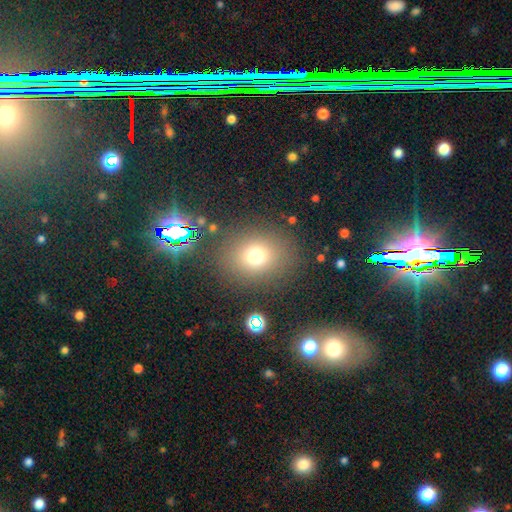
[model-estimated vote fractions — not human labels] Smooth or featured? smooth (71%)
How rounded? round (66%)
Merging? none (82%)